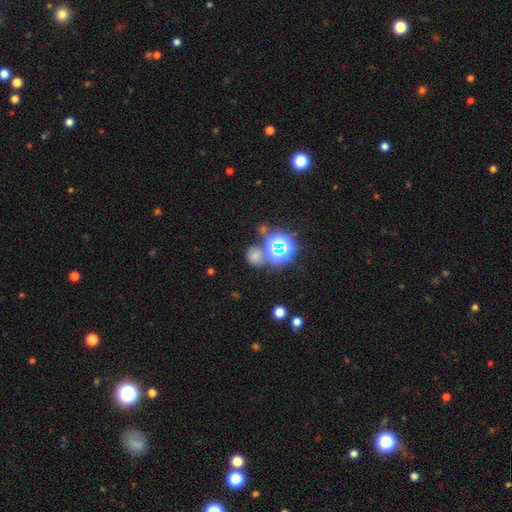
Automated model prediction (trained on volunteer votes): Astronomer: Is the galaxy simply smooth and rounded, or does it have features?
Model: smooth — 55% (runner-up: star or artifact, 36%).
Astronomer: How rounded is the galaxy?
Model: round — 75%.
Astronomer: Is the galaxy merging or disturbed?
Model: none — 66%.